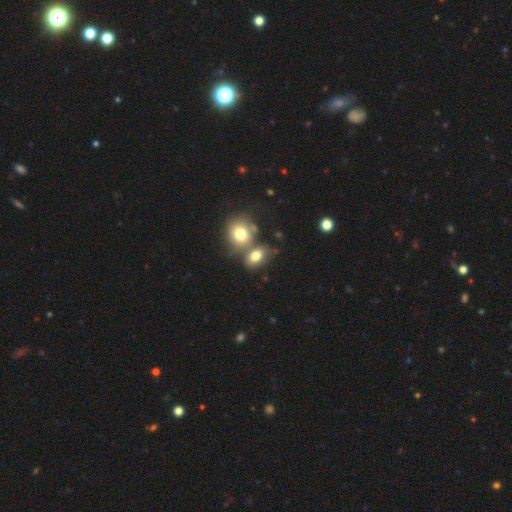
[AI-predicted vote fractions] Overall: smooth (76%). How rounded: in between (70%). Merging: merger (43%; none 41%).